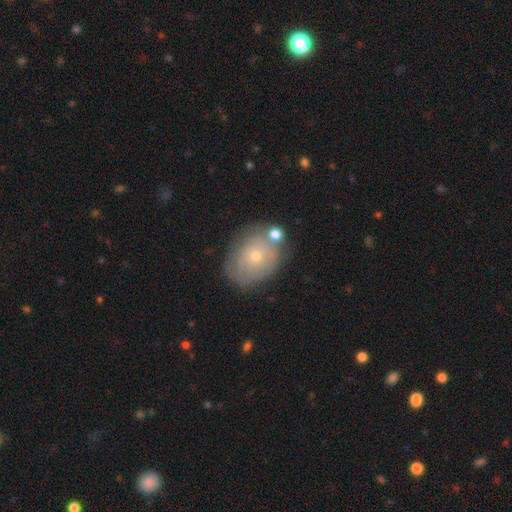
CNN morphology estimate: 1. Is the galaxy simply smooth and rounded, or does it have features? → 49% featured or disk, 42% smooth, 9% star or artifact.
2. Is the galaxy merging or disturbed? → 65% none, 20% minor disturbance, 9% merger, 7% major disturbance.